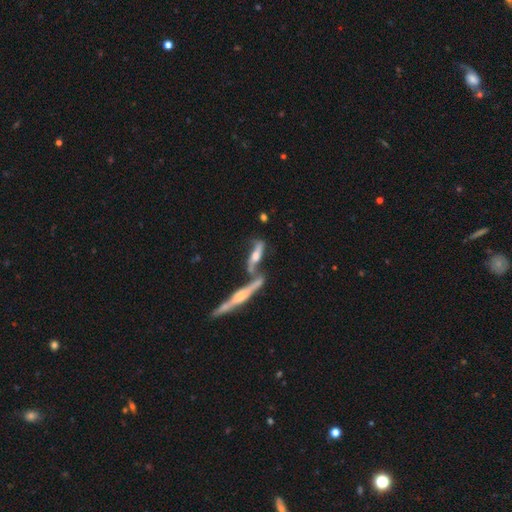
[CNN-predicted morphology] Smooth or featured? Predicted: featured or disk (p=0.66). Edge-on disk? Predicted: yes (p=0.80). Edge-on bulge? Predicted: rounded (p=0.82). Merging? Predicted: none (p=0.44).